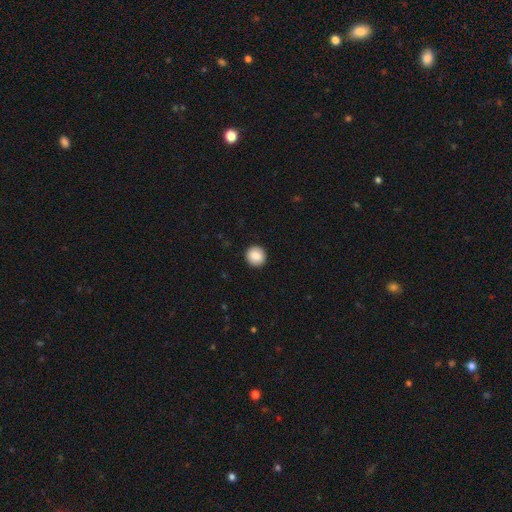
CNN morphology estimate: smooth 87%, star or artifact 8%, featured or disk 5%. Down the decision tree: how rounded — round (95%); merging — none (93%).